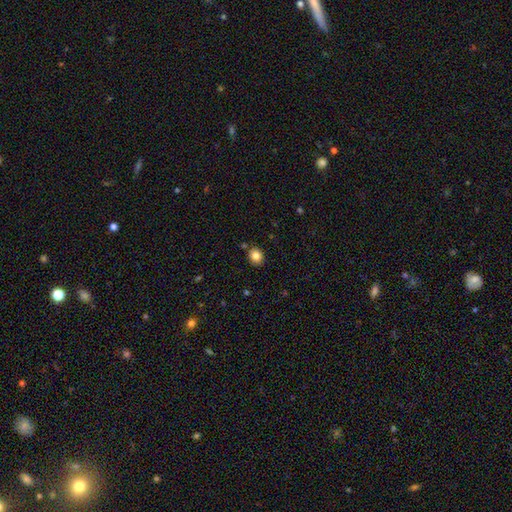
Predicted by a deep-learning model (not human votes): Q: Smooth or featured?
A: smooth (83%); runner-up: star or artifact (10%)
Q: How rounded?
A: round (68%); runner-up: in between (31%)
Q: Merging?
A: none (84%); runner-up: minor disturbance (10%)